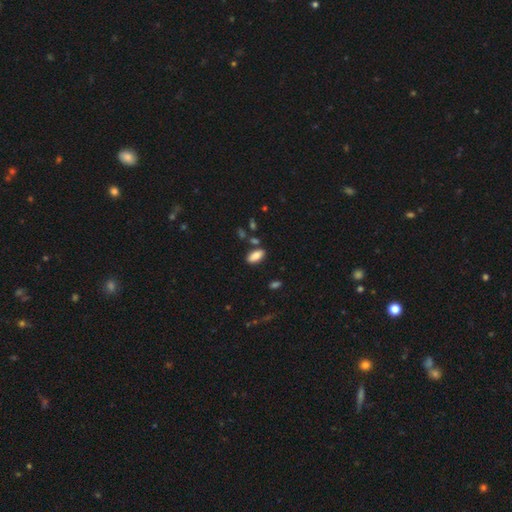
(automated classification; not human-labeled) Smooth or featured: smooth — 86% (star or artifact — 8%)
How rounded: in between — 89% (cigar-shaped — 8%)
Merging: none — 81% (minor disturbance — 11%)